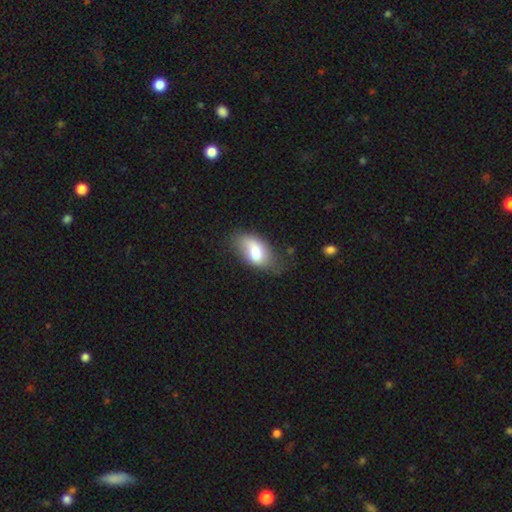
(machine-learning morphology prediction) Smooth or featured? smooth (71%)
How rounded? in between (92%)
Merging? none (50%)